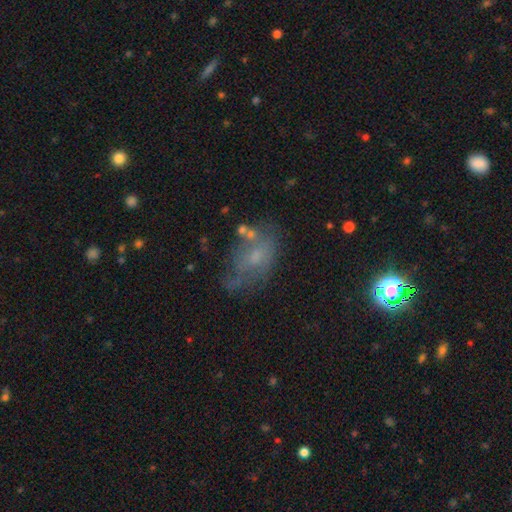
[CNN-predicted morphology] type=featured or disk (42%); merging=none (43%).